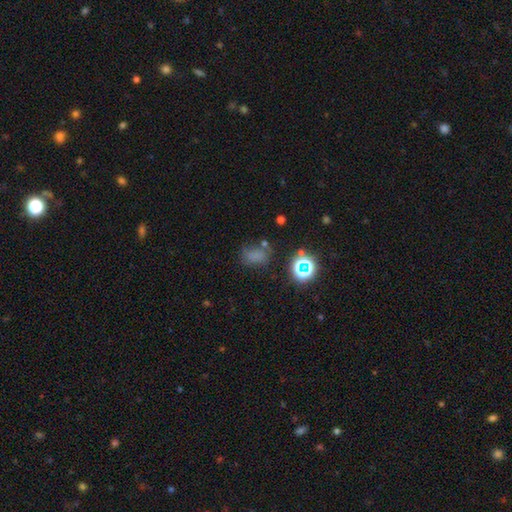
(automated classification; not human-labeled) The model was most divided on "merging": none: 55%, minor disturbance: 24%, major disturbance: 13%, merger: 9%. More confident: how rounded — in between (66%); smooth or featured — smooth (61%).